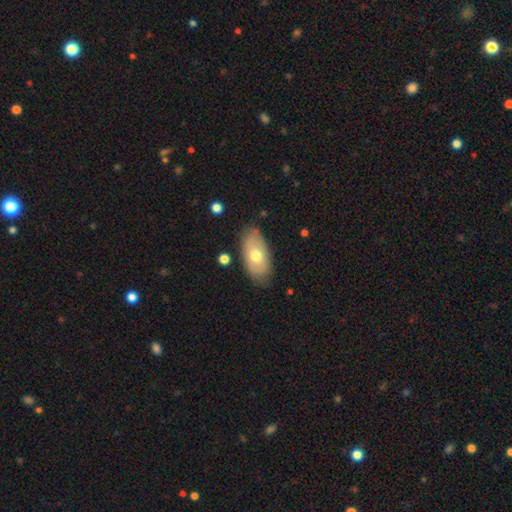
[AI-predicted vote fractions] Smooth or featured?
  - smooth: 62% *
  - featured or disk: 32%
  - star or artifact: 6%
How rounded?
  - in between: 93% *
  - round: 4%
  - cigar-shaped: 3%
Merging?
  - none: 80% *
  - minor disturbance: 15%
  - major disturbance: 3%
  - merger: 2%